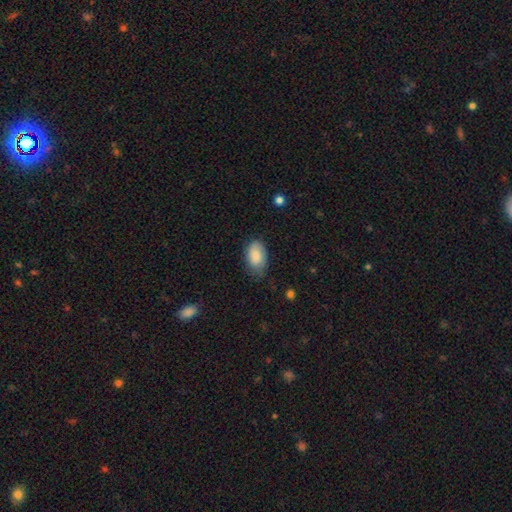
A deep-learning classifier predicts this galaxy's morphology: Smooth or featured? Predicted: smooth (p=0.87). How rounded? Predicted: in between (p=0.93). Merging? Predicted: none (p=0.64).